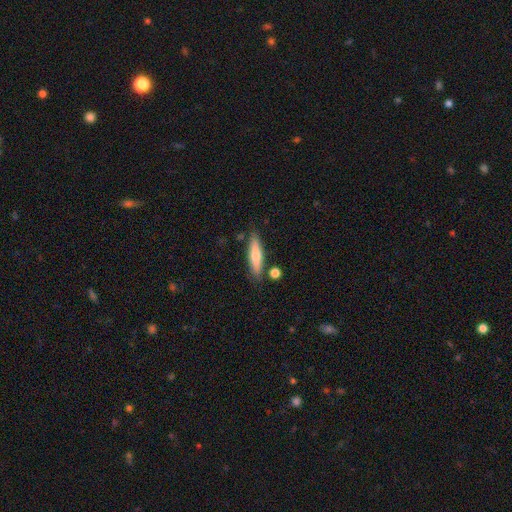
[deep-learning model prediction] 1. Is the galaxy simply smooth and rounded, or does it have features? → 65% smooth, 29% featured or disk, 6% star or artifact.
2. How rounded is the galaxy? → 75% cigar-shaped, 23% in between, 2% round.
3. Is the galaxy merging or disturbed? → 79% none, 13% minor disturbance, 6% merger, 3% major disturbance.